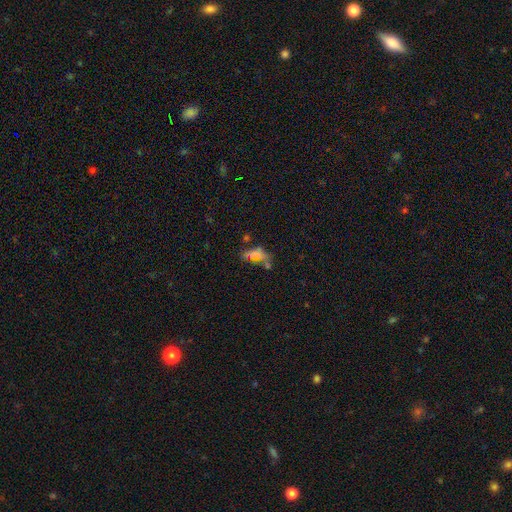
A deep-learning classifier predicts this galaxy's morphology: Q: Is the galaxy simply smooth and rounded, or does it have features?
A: smooth — 50%.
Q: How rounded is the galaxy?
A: in between — 73%.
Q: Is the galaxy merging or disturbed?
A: none — 33%.